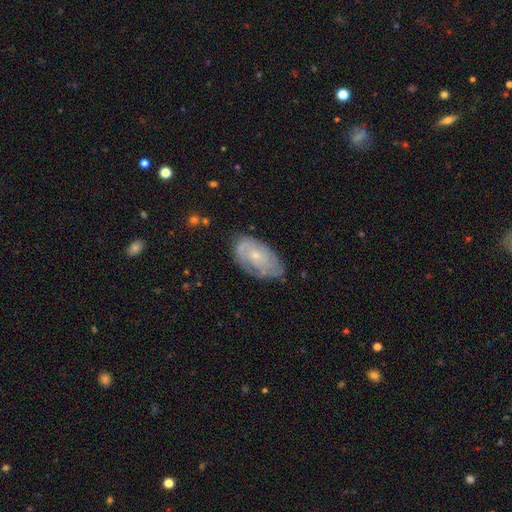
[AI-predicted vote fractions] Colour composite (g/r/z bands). It shows a featured or disk galaxy (59%) with no bar (78%), spiral arms (74%) and a small central bulge (74%). Merging: none (65%).